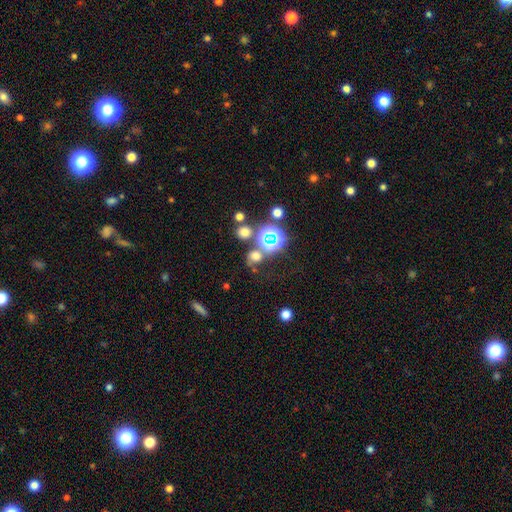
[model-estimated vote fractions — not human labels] Smooth or featured? Predicted: smooth (p=0.53). How rounded? Predicted: round (p=0.74). Merging? Predicted: none (p=0.60).